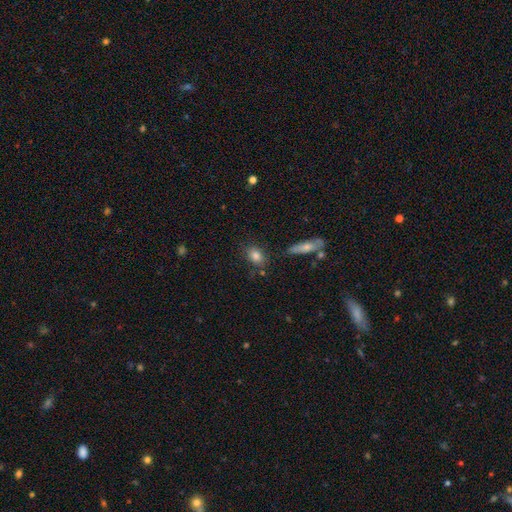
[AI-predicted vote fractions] This appears to be a smooth galaxy with no disk features (82%) that is in between round and cigar-shaped (66%). Merging: none (75%).